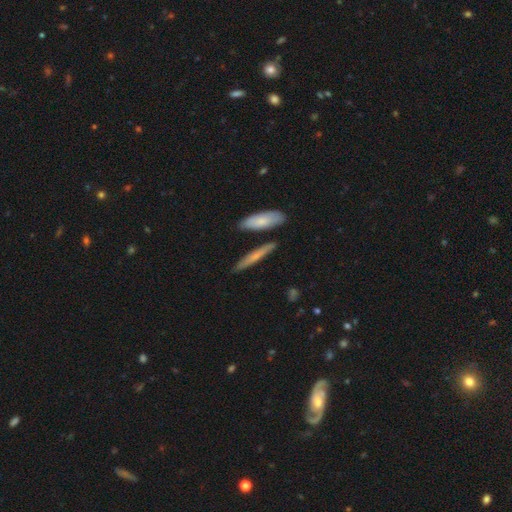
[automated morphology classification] type=smooth (60%); roundness=cigar-shaped (89%); merging=none (83%).